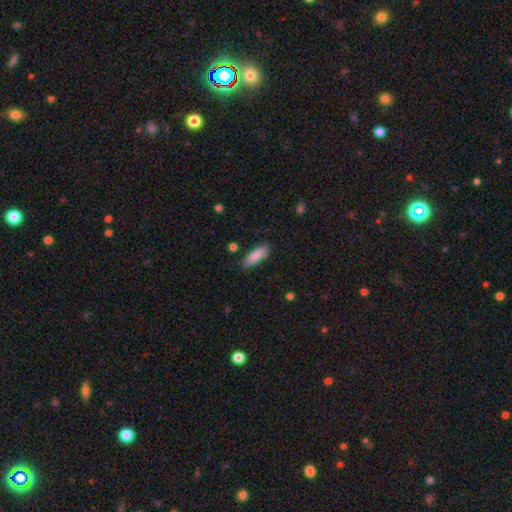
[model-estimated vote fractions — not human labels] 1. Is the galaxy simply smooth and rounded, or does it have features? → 86% smooth, 8% featured or disk, 6% star or artifact.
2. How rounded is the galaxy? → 62% in between, 36% cigar-shaped, 2% round.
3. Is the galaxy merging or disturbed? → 80% none, 15% minor disturbance, 3% major disturbance, 2% merger.